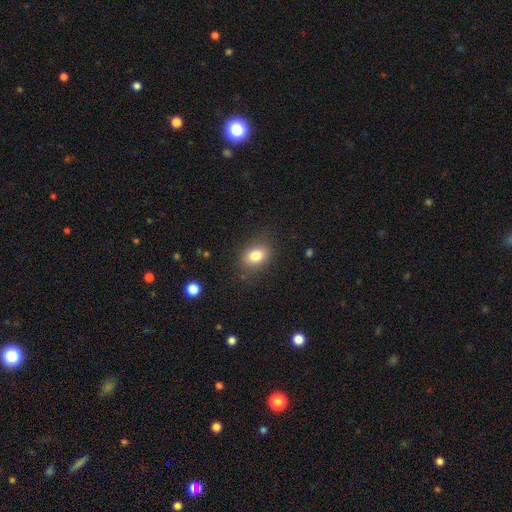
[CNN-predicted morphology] Smooth or featured: smooth — 81% (star or artifact — 10%)
How rounded: in between — 66% (round — 33%)
Merging: none — 82% (minor disturbance — 12%)